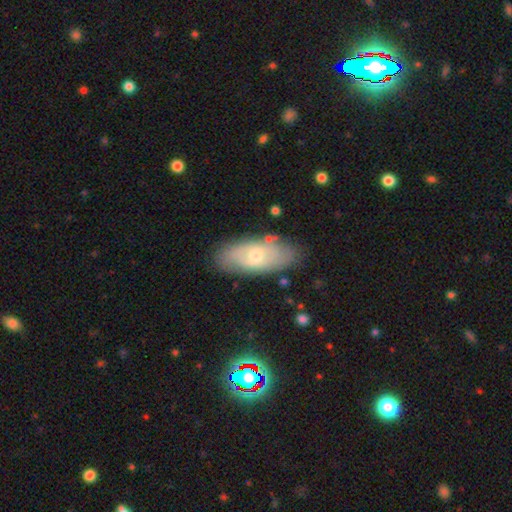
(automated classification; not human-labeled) Smooth or featured?
  - smooth: 49% *
  - featured or disk: 45%
  - star or artifact: 7%
Merging?
  - none: 79% *
  - minor disturbance: 15%
  - major disturbance: 4%
  - merger: 3%